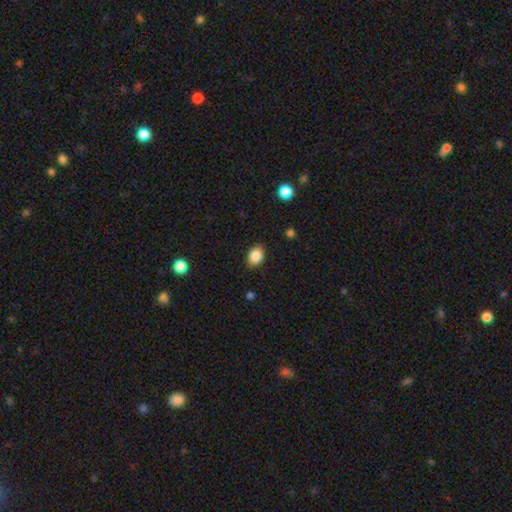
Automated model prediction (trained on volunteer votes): Smooth or featured? smooth (87%)
How rounded? in between (64%)
Merging? none (87%)